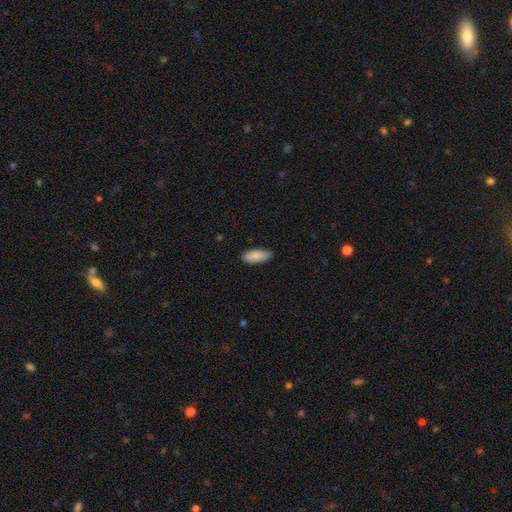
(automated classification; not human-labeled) Overall: smooth (87%). How rounded: in between (83%). Merging: none (78%).